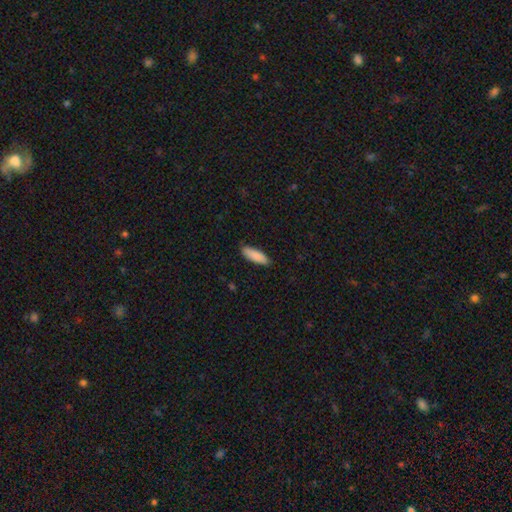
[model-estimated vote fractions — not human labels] This is clearly a smooth galaxy (89%). How rounded: possibly in between (57%). Merging: clearly none (86%).